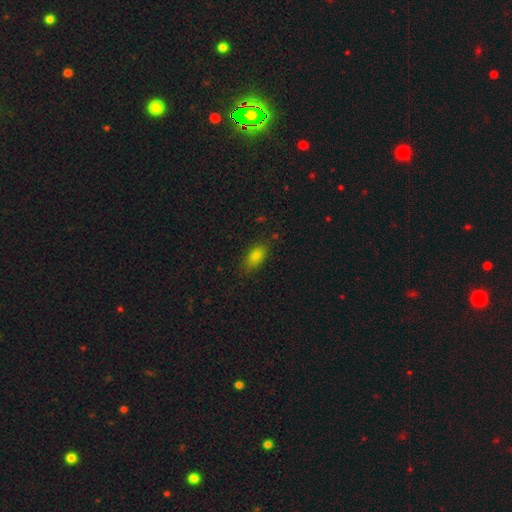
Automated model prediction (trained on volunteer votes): Smooth or featured: smooth — 81% (star or artifact — 11%)
How rounded: in between — 85% (cigar-shaped — 10%)
Merging: none — 78% (minor disturbance — 17%)